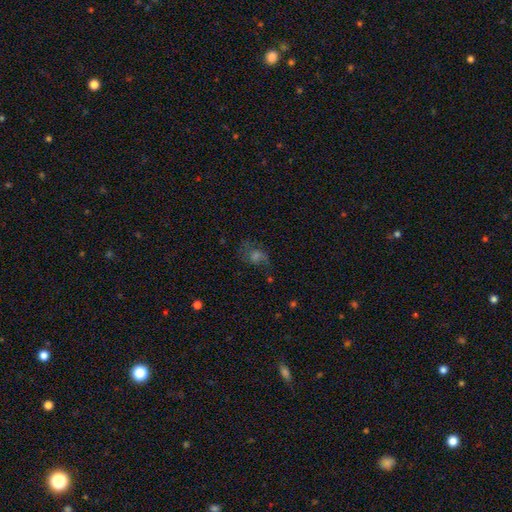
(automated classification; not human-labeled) Q: Smooth or featured?
A: featured or disk (46%); runner-up: smooth (27%)
Q: Merging?
A: none (56%); runner-up: major disturbance (22%)